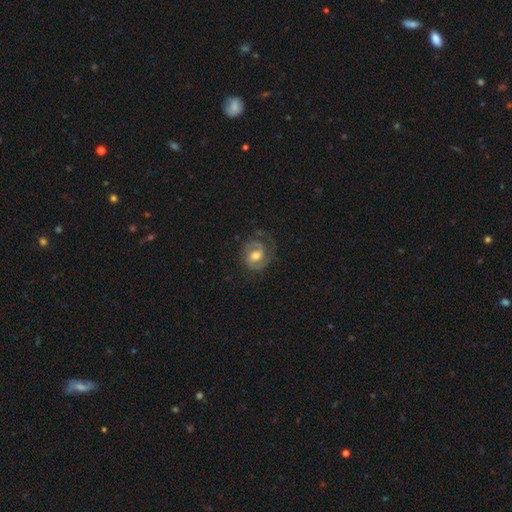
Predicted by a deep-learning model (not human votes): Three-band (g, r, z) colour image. It shows a featured or disk galaxy (78%) with a weak bar (48%), 2 (71%) medium (44%) spiral arms (93%) and a moderate central bulge (67%). Merging: none (63%).